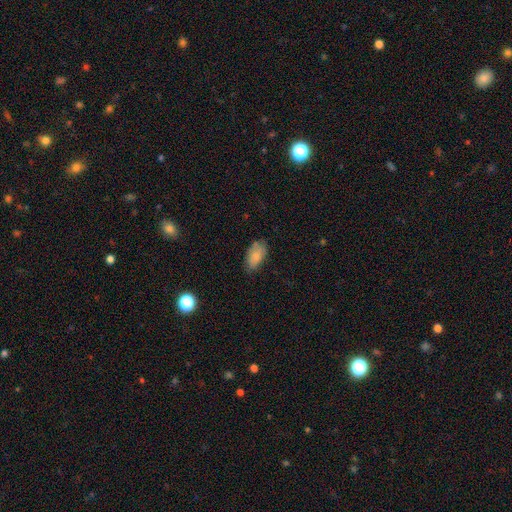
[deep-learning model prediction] smooth_or_featured: smooth (p=0.81) [alt: featured or disk p=0.11]
how_rounded: in between (p=0.94) [alt: round p=0.03]
merging: none (p=0.69) [alt: minor disturbance p=0.24]